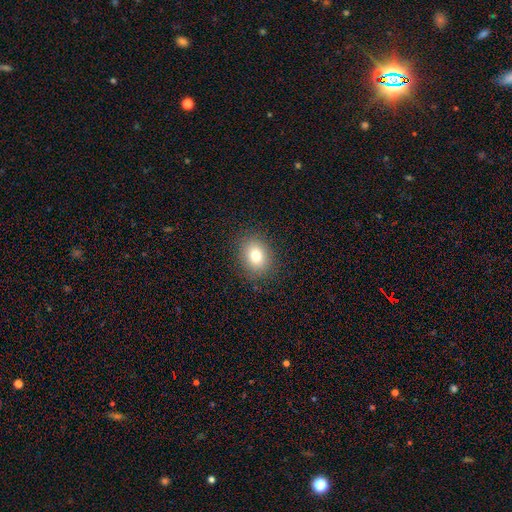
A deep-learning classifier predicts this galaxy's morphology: This is likely a smooth galaxy (77%). How rounded: possibly round (50%). Merging: clearly none (87%).